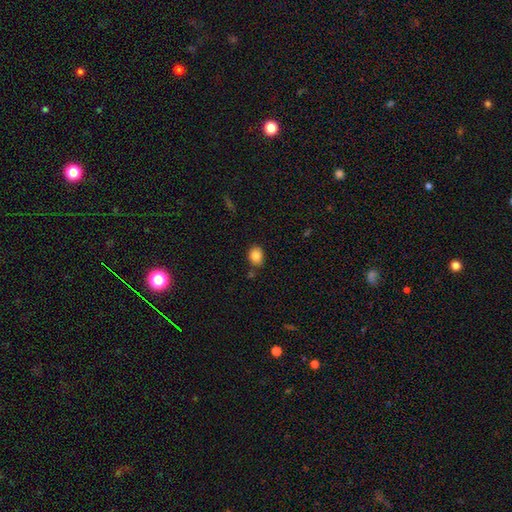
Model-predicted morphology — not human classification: smooth-or-featured: smooth: 87% | star or artifact: 9% | featured or disk: 4%
  how-rounded: in between: 55% | round: 44% | cigar-shaped: 1%
  merging: none: 77% | minor disturbance: 14% | merger: 5% | major disturbance: 4%